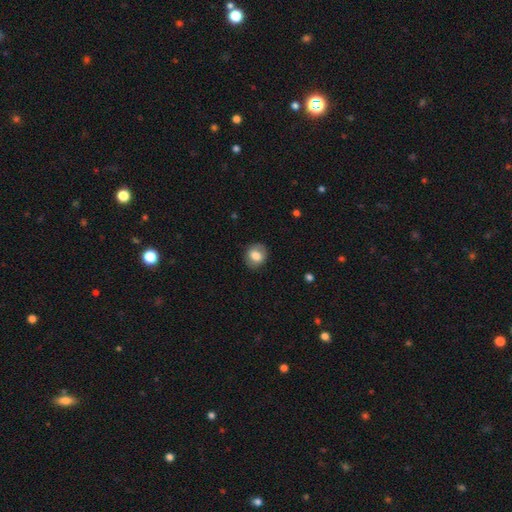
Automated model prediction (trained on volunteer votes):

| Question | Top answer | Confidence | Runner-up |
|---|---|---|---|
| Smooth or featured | smooth | 77% | featured or disk (15%) |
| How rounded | round | 67% | in between (32%) |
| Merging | none | 84% | minor disturbance (12%) |